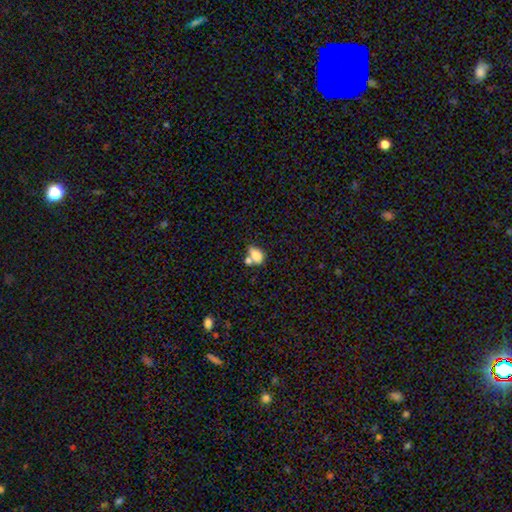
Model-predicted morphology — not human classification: Q: Smooth or featured?
A: smooth (79%); runner-up: featured or disk (11%)
Q: How rounded?
A: in between (82%); runner-up: round (16%)
Q: Merging?
A: merger (42%); runner-up: none (38%)